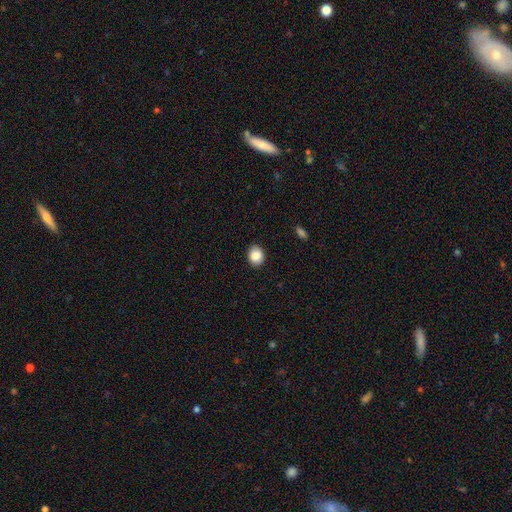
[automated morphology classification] smooth 87%, star or artifact 8%, featured or disk 5%. Down the decision tree: how rounded — round (55%); merging — none (88%).